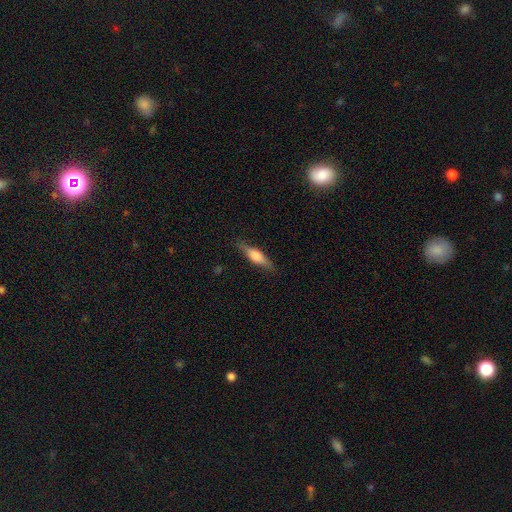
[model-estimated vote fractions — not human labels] Smooth or featured?
  - featured or disk: 49% *
  - smooth: 44%
  - star or artifact: 7%
Merging?
  - none: 84% *
  - minor disturbance: 12%
  - major disturbance: 3%
  - merger: 1%